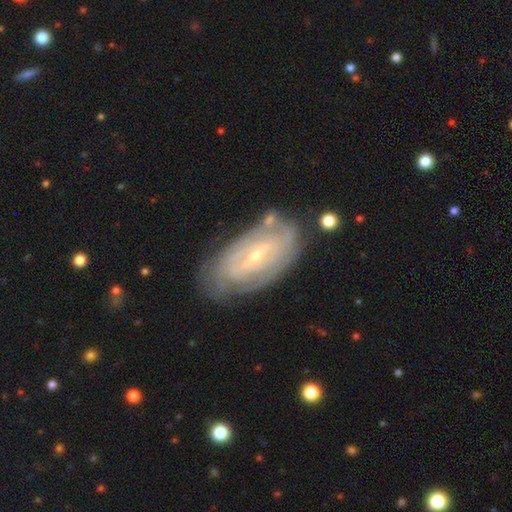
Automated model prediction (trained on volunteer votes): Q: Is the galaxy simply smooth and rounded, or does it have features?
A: featured or disk — 81%.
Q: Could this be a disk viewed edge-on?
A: no — 93%.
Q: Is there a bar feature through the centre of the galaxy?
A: weak — 46%.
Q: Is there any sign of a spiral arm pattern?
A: yes — 83%.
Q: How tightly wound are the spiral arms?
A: tight — 71%.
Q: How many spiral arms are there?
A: can't tell — 51%.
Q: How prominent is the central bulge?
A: small — 72%.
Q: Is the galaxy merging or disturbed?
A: none — 71%.